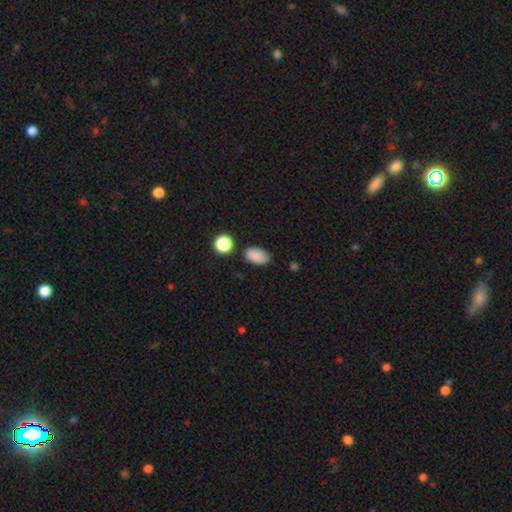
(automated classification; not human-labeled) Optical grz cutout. It shows a smooth galaxy with no disk features (87%) that is in between round and cigar-shaped (91%). Merging: none (79%).